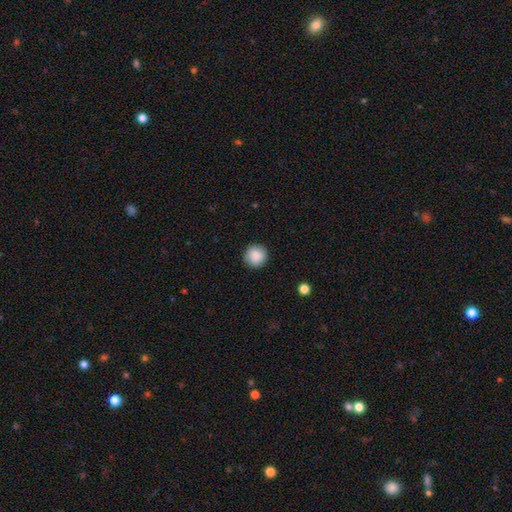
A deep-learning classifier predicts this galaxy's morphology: smooth 88%, star or artifact 8%, featured or disk 4%. Down the decision tree: how rounded — round (94%); merging — none (91%).